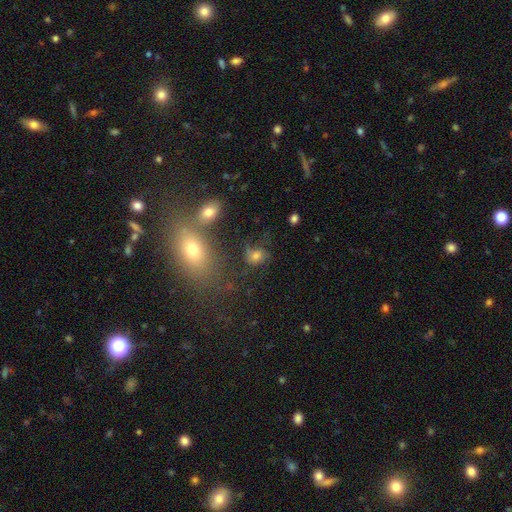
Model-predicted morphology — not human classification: Overall: smooth (67%). How rounded: in between (55%; round 42%). Merging: none (56%; minor disturbance 19%).